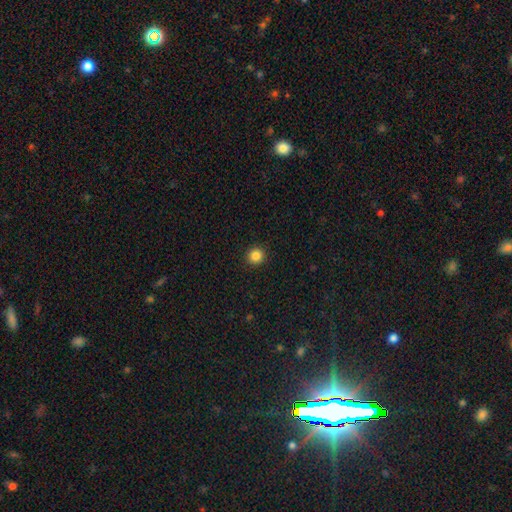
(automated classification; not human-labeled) Morphology: type=smooth (85%); roundness=round (93%); merging=none (93%).